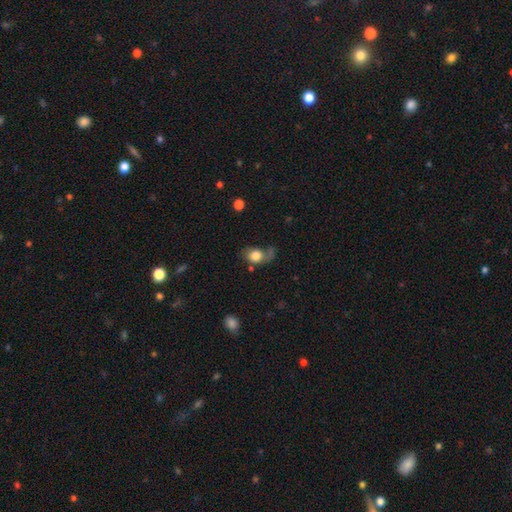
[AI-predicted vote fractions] Overall: smooth (76%). How rounded: in between (51%; round 48%). Merging: none (40%; major disturbance 26%).